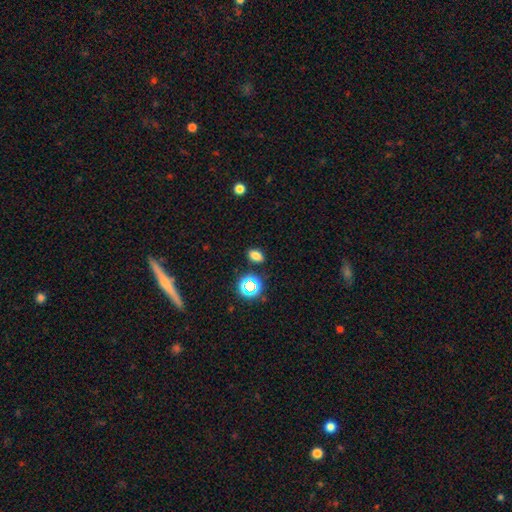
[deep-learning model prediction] This is likely a smooth galaxy (75%). How rounded: clearly in between (82%). Merging: clearly none (86%).